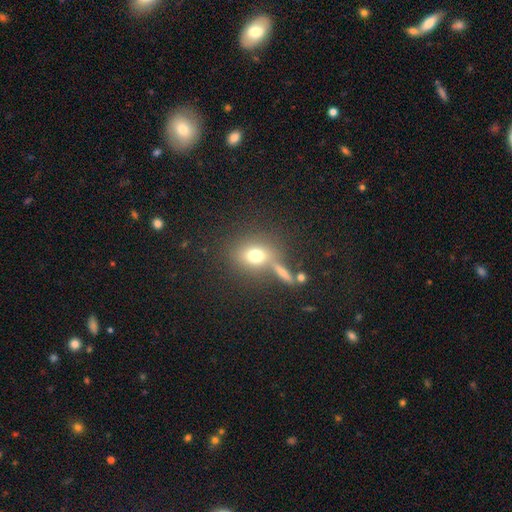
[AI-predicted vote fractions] Q: Smooth or featured?
A: smooth (72%); runner-up: featured or disk (14%)
Q: How rounded?
A: round (62%); runner-up: in between (35%)
Q: Merging?
A: none (65%); runner-up: merger (16%)